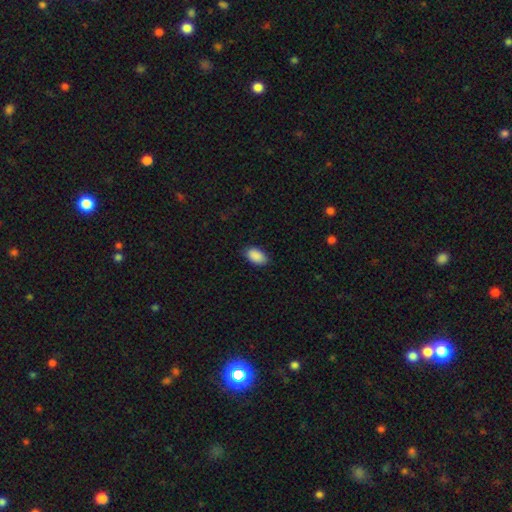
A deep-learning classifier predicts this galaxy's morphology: The model was most divided on "merging": none: 85%, minor disturbance: 12%, major disturbance: 2%, merger: 1%. More confident: how rounded — in between (93%); smooth or featured — smooth (90%).